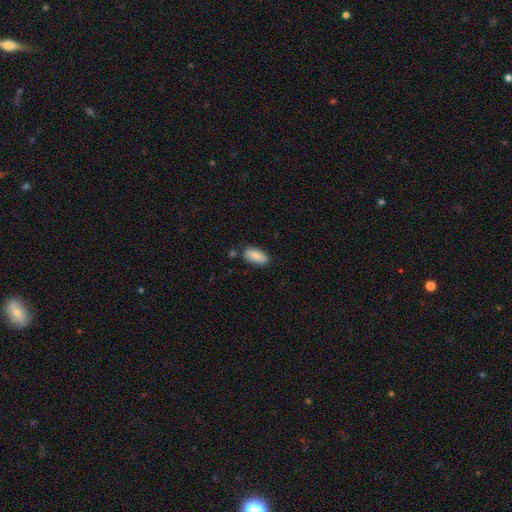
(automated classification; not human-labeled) Overall: smooth (84%). How rounded: in between (91%). Merging: none (80%).